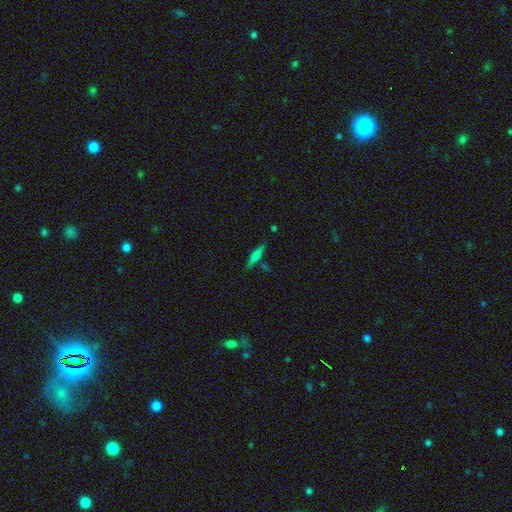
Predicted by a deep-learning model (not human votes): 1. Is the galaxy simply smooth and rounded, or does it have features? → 47% featured or disk, 45% smooth, 8% star or artifact.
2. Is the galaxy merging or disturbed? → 81% none, 11% minor disturbance, 5% merger, 3% major disturbance.